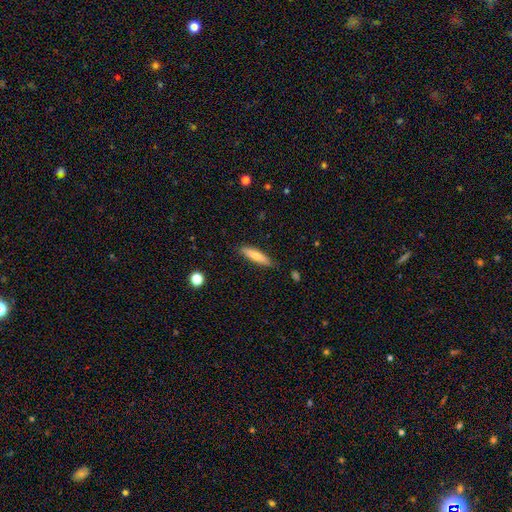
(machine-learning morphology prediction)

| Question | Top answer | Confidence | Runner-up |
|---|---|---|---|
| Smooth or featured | smooth | 68% | featured or disk (26%) |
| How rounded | cigar-shaped | 76% | in between (22%) |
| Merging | none | 86% | minor disturbance (11%) |